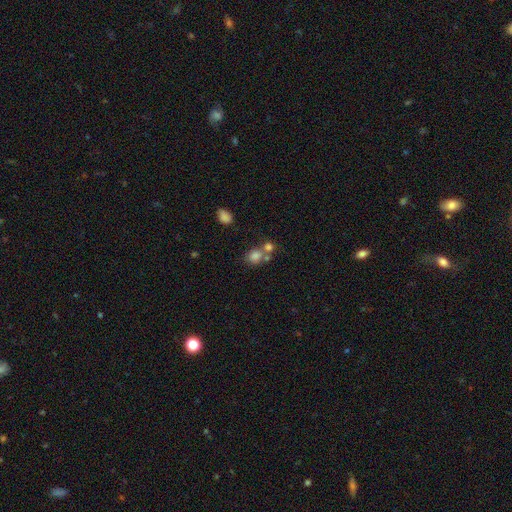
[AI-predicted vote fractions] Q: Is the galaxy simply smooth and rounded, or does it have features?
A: smooth — 76%.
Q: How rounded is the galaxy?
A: round — 73%.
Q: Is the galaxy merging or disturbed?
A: none — 47%.